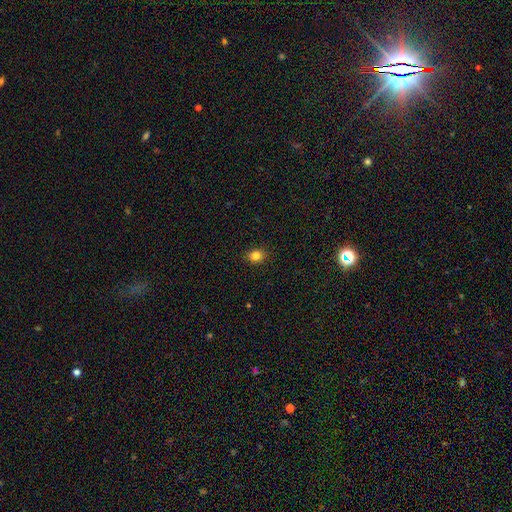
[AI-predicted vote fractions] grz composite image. It shows a smooth galaxy with no disk features (83%) that is round (65%). Merging: none (90%).